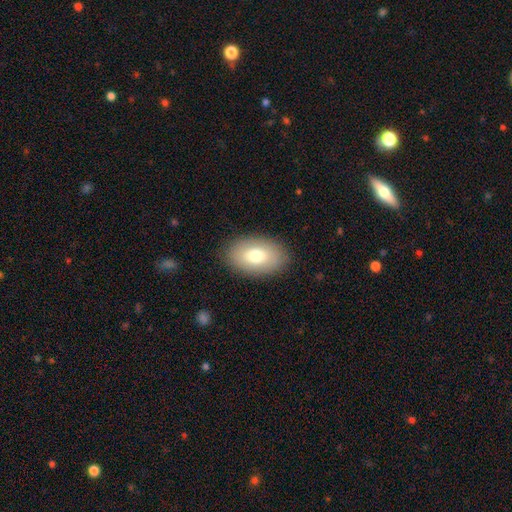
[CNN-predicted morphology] Smooth or featured? smooth (75%)
How rounded? in between (90%)
Merging? none (87%)